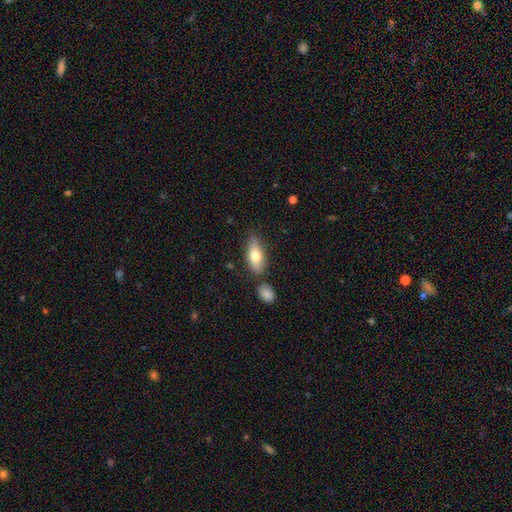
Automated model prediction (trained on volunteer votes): smooth_or_featured: smooth (p=0.70) [alt: featured or disk p=0.23]
how_rounded: in between (p=0.80) [alt: cigar-shaped p=0.17]
merging: none (p=0.72) [alt: minor disturbance p=0.16]